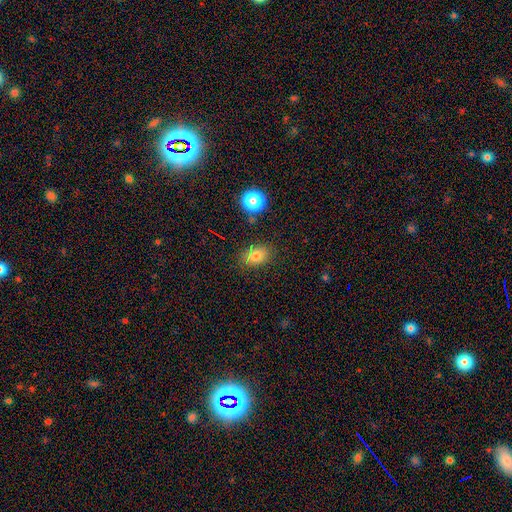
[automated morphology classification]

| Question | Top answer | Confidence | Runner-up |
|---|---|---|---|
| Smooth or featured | smooth | 72% | star or artifact (17%) |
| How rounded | in between | 74% | round (25%) |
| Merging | none | 81% | minor disturbance (13%) |